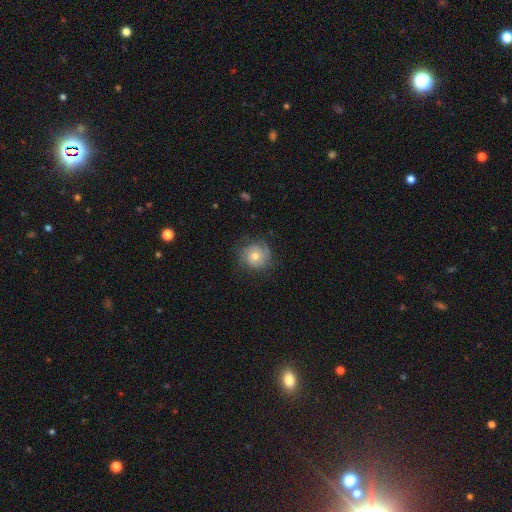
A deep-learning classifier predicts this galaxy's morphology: Smooth or featured? Predicted: featured or disk (p=0.56). Edge-on disk? Predicted: no (p=0.97). Bar? Predicted: no (p=0.81). Spiral arms? Predicted: yes (p=0.85). Bulge size? Predicted: moderate (p=0.67). Merging? Predicted: none (p=0.72).